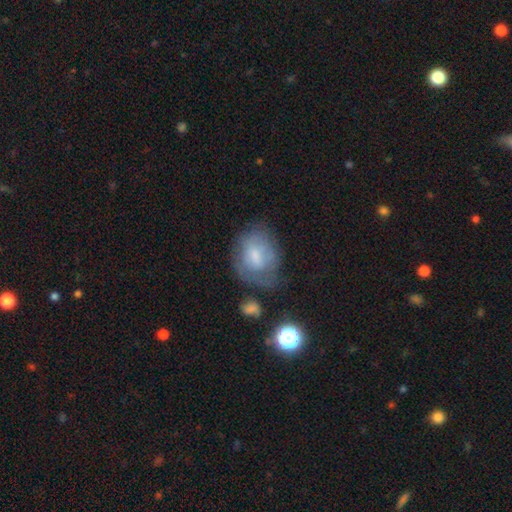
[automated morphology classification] Smooth or featured? smooth (54%)
How rounded? in between (55%)
Merging? none (44%)